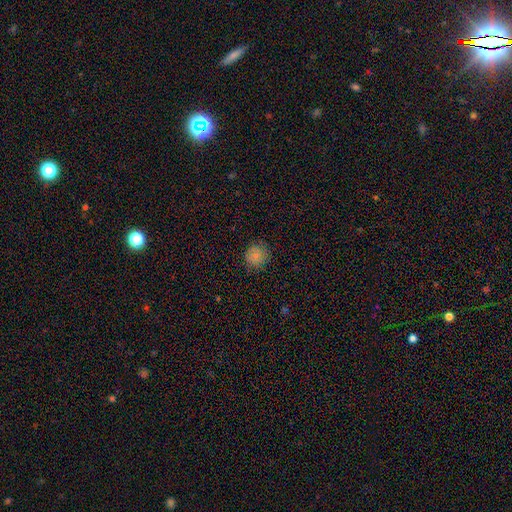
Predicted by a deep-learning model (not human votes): Morphology: type=smooth (80%); roundness=round (89%); merging=none (81%).